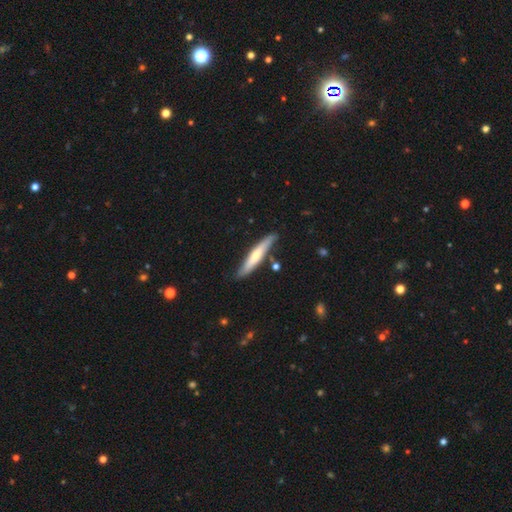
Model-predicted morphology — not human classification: Q: Smooth or featured?
A: smooth (54%); runner-up: featured or disk (41%)
Q: How rounded?
A: cigar-shaped (91%); runner-up: in between (8%)
Q: Merging?
A: none (80%); runner-up: minor disturbance (14%)